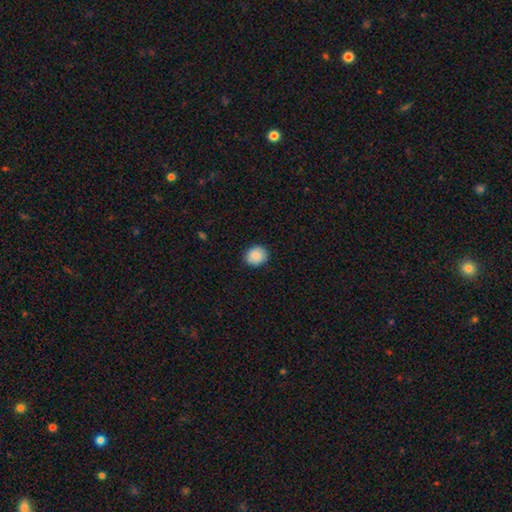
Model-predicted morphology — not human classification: A smooth galaxy with no disk features (88%) that is round (75%). Merging: none (88%).